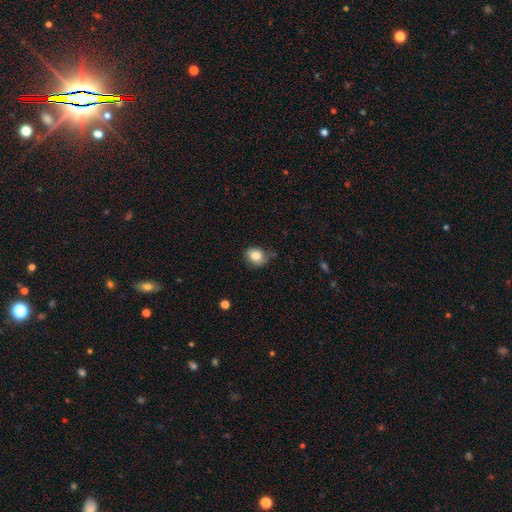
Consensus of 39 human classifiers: smooth-or-featured: smooth: 90% | featured or disk: 5% | star or artifact: 5%
  how-rounded: round: 57% | in between: 43% | cigar-shaped: 0%
  merging: minor disturbance: 57% | none: 38% | major disturbance: 3% | merger: 3%